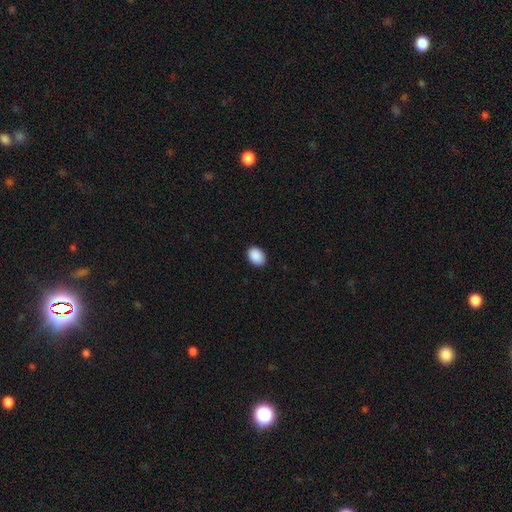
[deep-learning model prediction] Smooth or featured? smooth (91%)
How rounded? in between (71%)
Merging? none (89%)